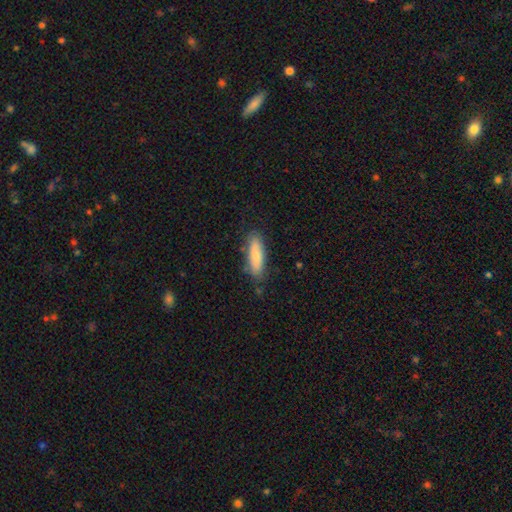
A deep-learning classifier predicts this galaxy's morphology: smooth_or_featured: smooth (p=0.76) [alt: featured or disk p=0.18]
how_rounded: in between (p=0.56) [alt: cigar-shaped p=0.42]
merging: none (p=0.78) [alt: minor disturbance p=0.16]